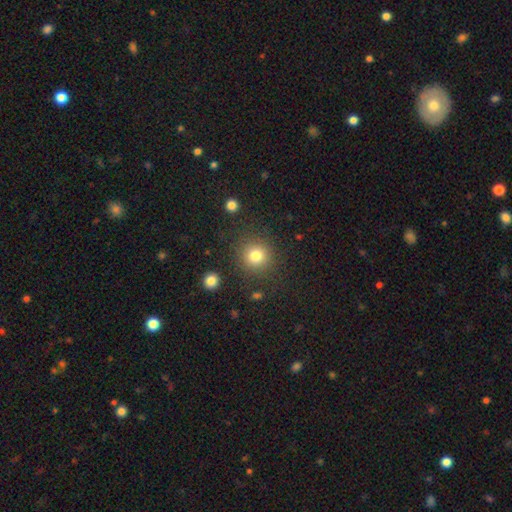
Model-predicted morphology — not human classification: The model was most divided on "smooth or featured": smooth: 81%, star or artifact: 12%, featured or disk: 7%. More confident: how rounded — round (93%); merging — none (87%).